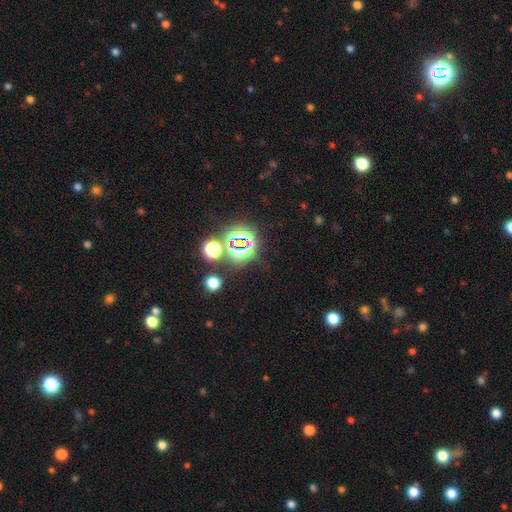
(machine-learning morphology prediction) Smooth or featured?
  - star or artifact: 79% *
  - smooth: 14%
  - featured or disk: 8%